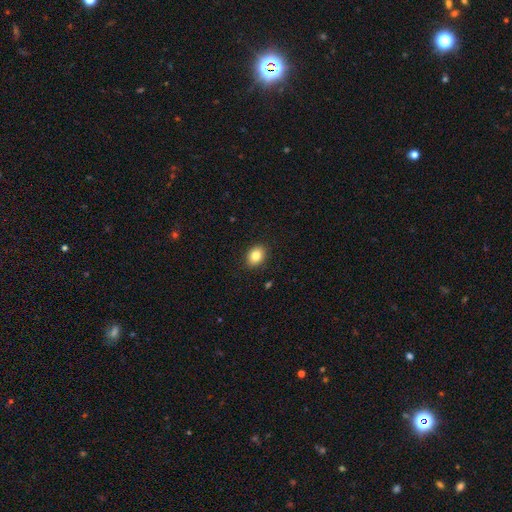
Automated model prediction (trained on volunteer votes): smooth_or_featured: smooth (p=0.84) [alt: star or artifact p=0.09]
how_rounded: in between (p=0.70) [alt: round p=0.29]
merging: none (p=0.89) [alt: minor disturbance p=0.08]